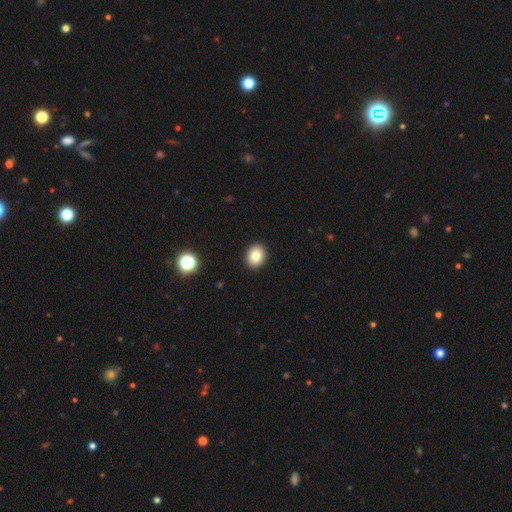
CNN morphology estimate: smooth_or_featured: smooth (p=0.82) [alt: star or artifact p=0.10]
how_rounded: in between (p=0.51) [alt: round p=0.48]
merging: none (p=0.92) [alt: minor disturbance p=0.06]